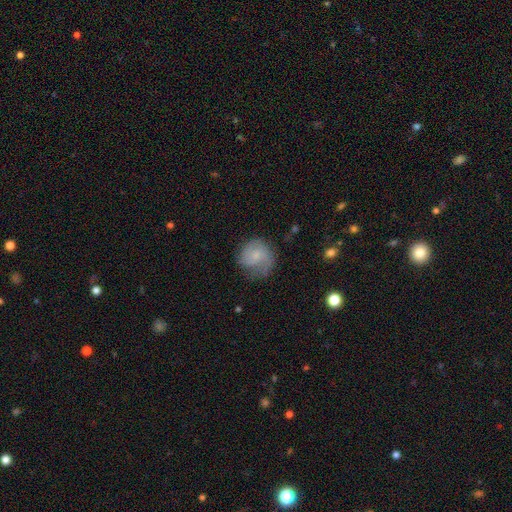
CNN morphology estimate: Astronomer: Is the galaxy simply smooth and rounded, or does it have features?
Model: smooth — 47% (runner-up: featured or disk, 46%).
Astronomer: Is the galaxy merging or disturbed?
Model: none — 52% (runner-up: minor disturbance, 28%).